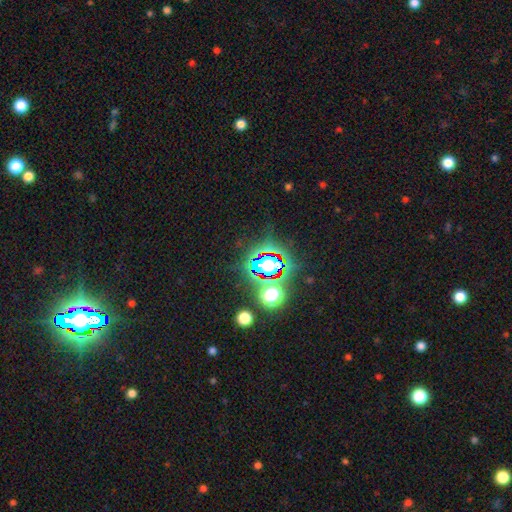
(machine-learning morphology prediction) Smooth or featured: star or artifact — 78% (smooth — 13%)